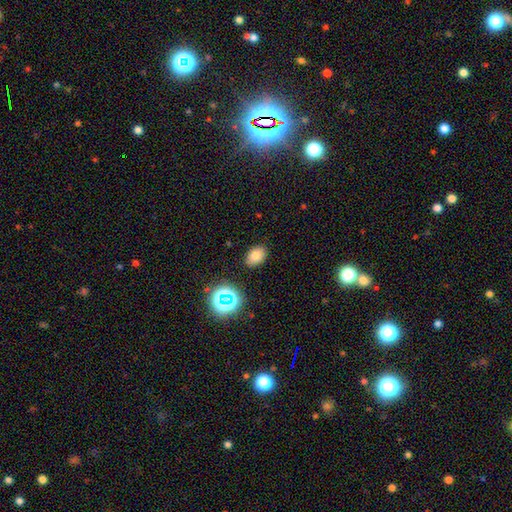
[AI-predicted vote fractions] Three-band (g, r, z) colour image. It shows a smooth galaxy with no disk features (77%) that is in between round and cigar-shaped (80%). Merging: none (86%).